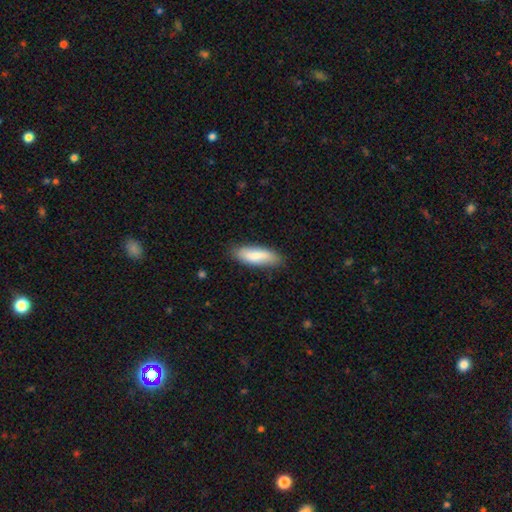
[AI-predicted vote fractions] Morphology: type=smooth (78%); roundness=in between (59%); merging=none (80%).